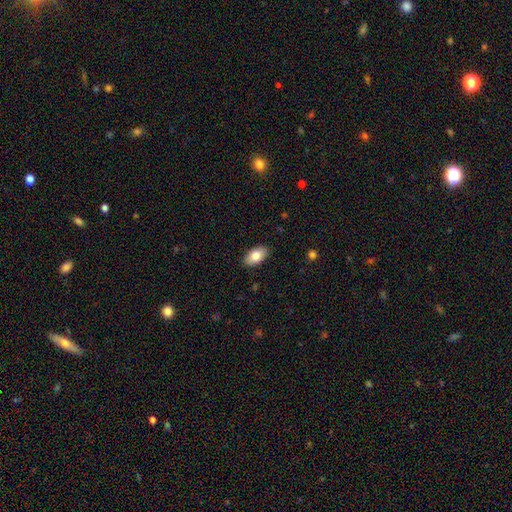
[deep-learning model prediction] Smooth or featured? Predicted: smooth (p=0.81). How rounded? Predicted: in between (p=0.94). Merging? Predicted: none (p=0.88).